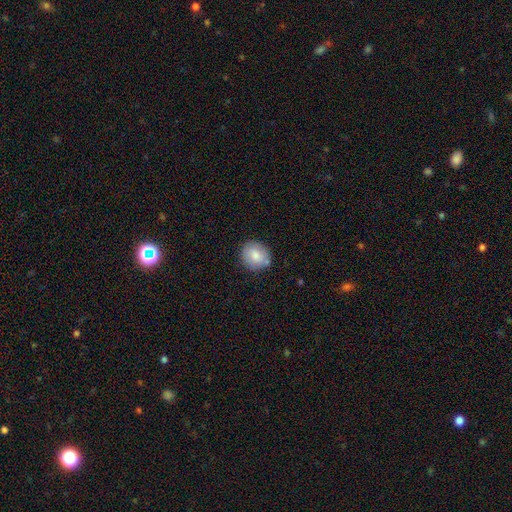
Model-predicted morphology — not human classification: The model was most divided on "how rounded": round: 78%, in between: 21%, cigar-shaped: 1%. More confident: merging — none (79%); smooth or featured — smooth (79%).